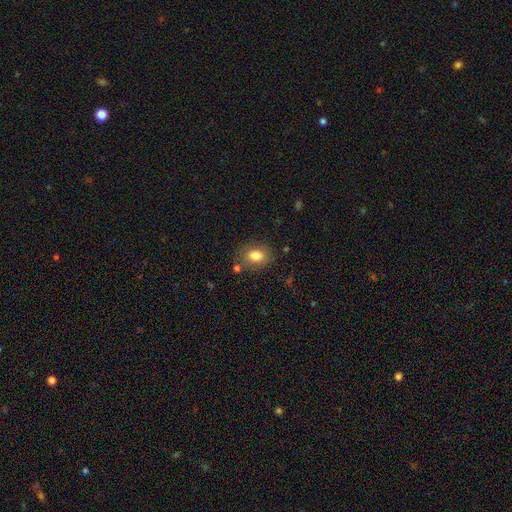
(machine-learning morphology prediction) type=smooth (82%); roundness=in between (63%); merging=none (79%).